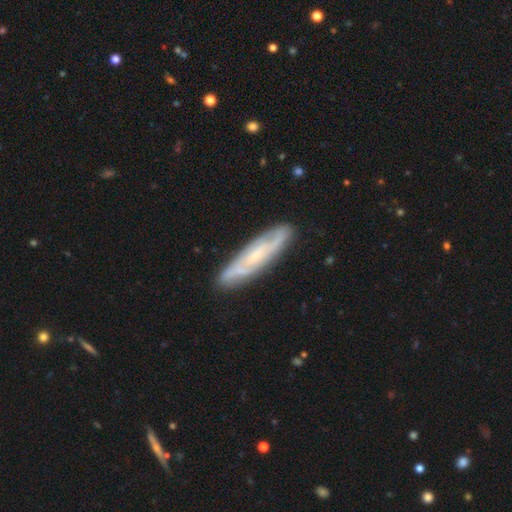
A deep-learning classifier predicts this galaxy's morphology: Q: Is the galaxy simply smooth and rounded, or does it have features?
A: featured or disk — 67%.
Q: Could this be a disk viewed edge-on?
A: no — 62%.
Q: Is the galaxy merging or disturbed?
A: none — 84%.